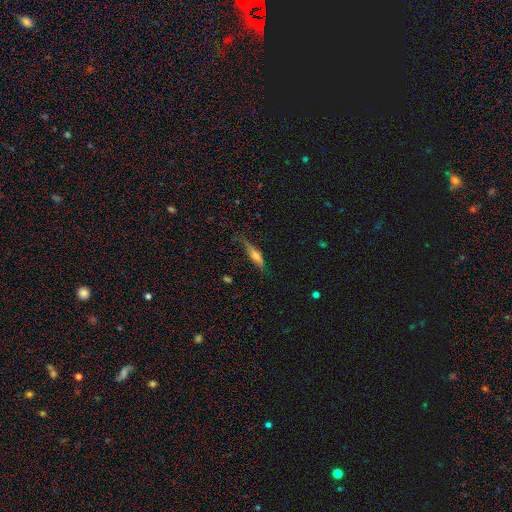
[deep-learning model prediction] Smooth or featured? Predicted: smooth (p=0.47). Merging? Predicted: none (p=0.58).